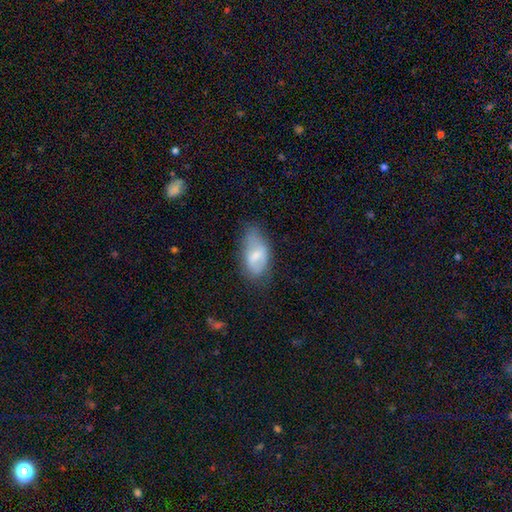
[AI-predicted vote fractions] A smooth galaxy with no disk features (56%) that is in between round and cigar-shaped (90%). Merging: none (55%).